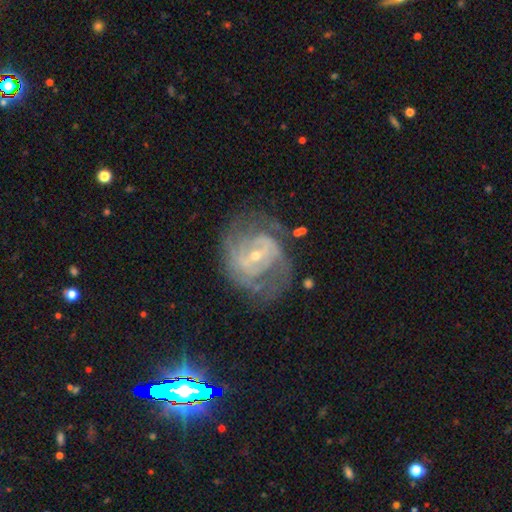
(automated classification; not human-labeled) Smooth or featured: featured or disk — 83% (smooth — 10%)
Edge-on disk: no — 97% (yes — 3%)
Bar: weak — 47% (no — 29%)
Spiral arms: yes — 87% (no — 13%)
Spiral winding: tight — 49% (medium — 39%)
Spiral arm count: 2 — 39% (can't tell — 35%)
Bulge size: small — 71% (moderate — 25%)
Merging: none — 59% (minor disturbance — 21%)